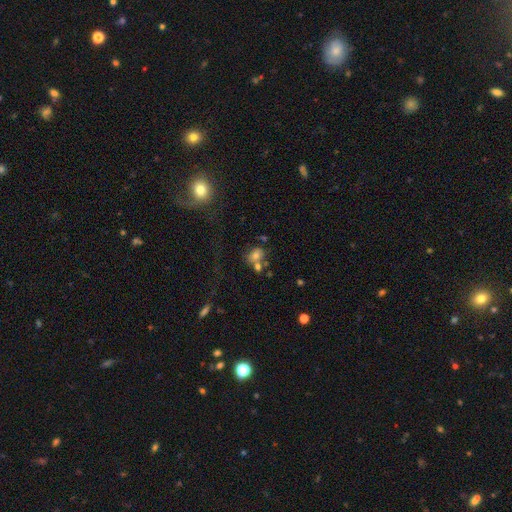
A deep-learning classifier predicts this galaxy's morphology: type=smooth (65%); roundness=round (50%); merging=none (51%).